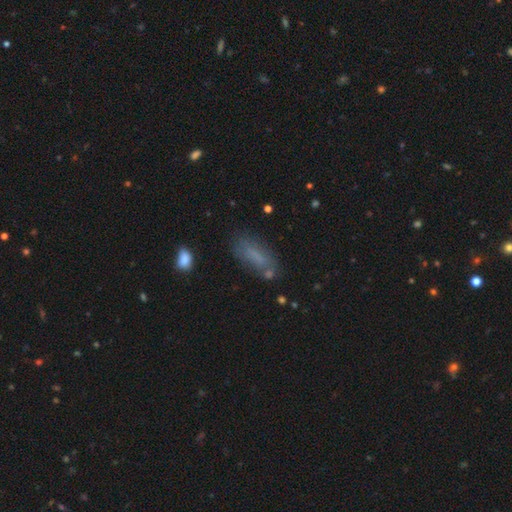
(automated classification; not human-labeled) Morphology: type=smooth (66%); roundness=in between (62%); merging=none (64%).